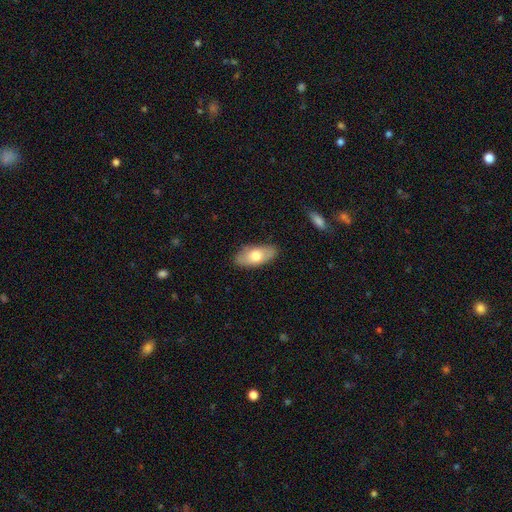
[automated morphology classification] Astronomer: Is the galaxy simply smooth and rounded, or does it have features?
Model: smooth — 66%.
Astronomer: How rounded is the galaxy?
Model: in between — 89%.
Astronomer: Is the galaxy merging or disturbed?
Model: none — 84%.